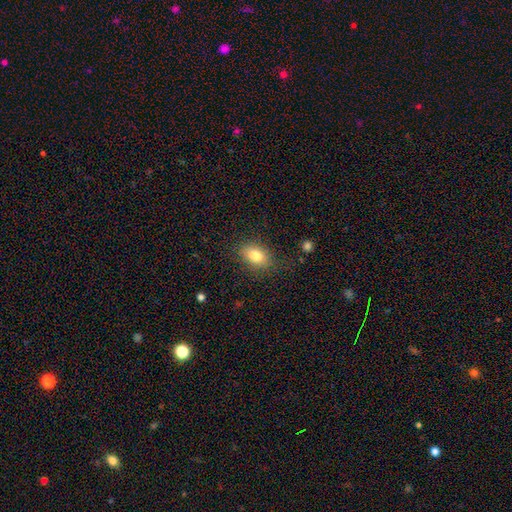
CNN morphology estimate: smooth 80%, featured or disk 11%, star or artifact 9%. Down the decision tree: how rounded — in between (82%); merging — none (82%).